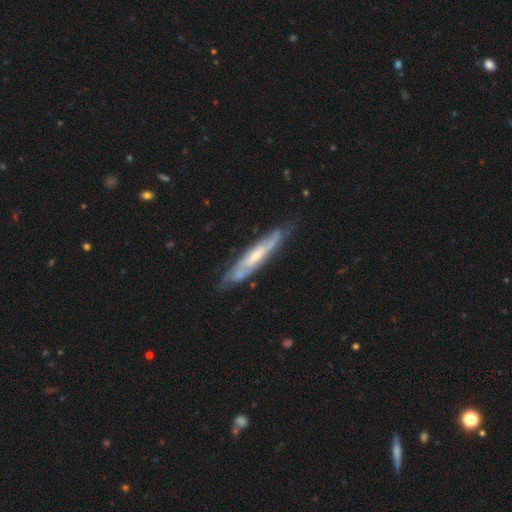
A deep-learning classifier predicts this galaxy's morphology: featured or disk 74%, smooth 21%, star or artifact 5%. Down the decision tree: edge-on disk — yes (51%); merging — none (73%).